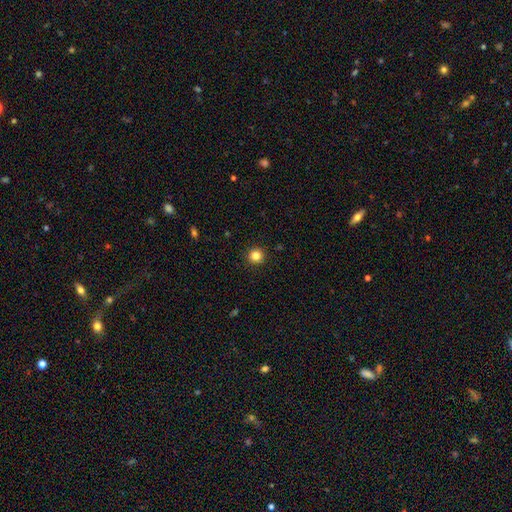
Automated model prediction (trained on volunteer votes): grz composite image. It shows a smooth galaxy with no disk features (84%) that is round (95%). Merging: none (93%).